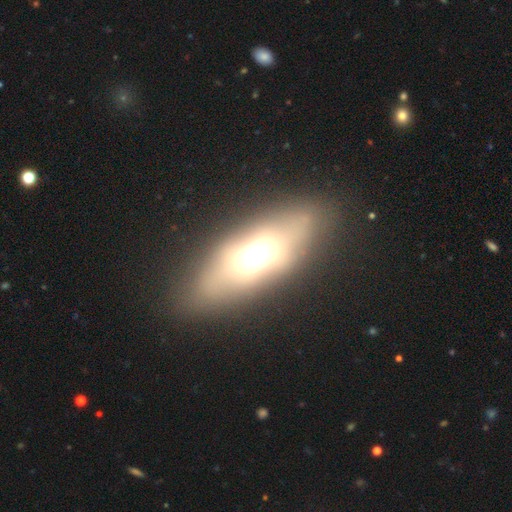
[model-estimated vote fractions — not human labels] The model was most divided on "smooth or featured": smooth: 53%, featured or disk: 34%, star or artifact: 13%. More confident: merging — none (78%); how rounded — in between (71%).